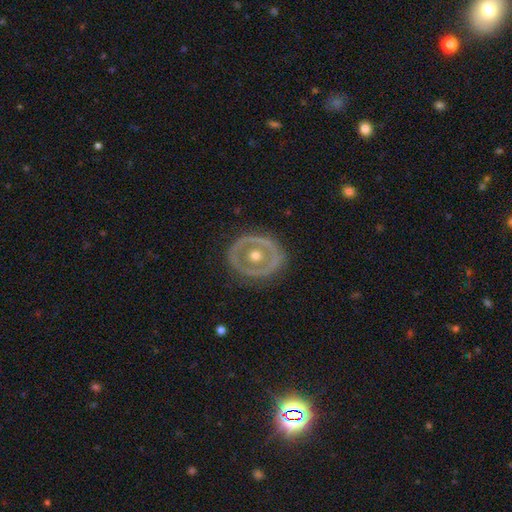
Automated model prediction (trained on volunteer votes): This appears to be a featured or disk galaxy (66%) with no bar (88%), no spiral arms (93%) and a moderate central bulge (74%). Merging: none (81%).